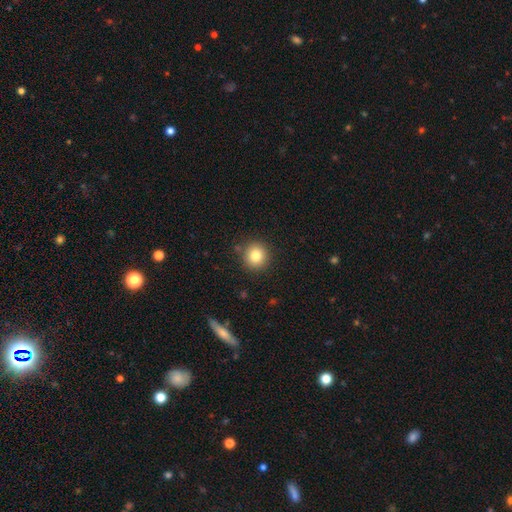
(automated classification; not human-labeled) Smooth or featured? smooth (82%)
How rounded? round (91%)
Merging? none (88%)